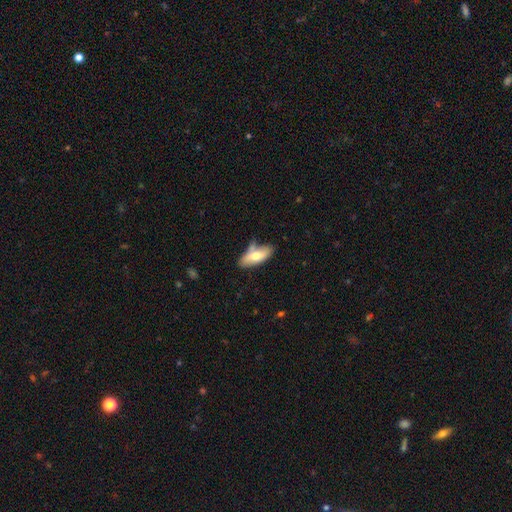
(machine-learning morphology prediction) Smooth or featured? smooth (67%)
How rounded? in between (79%)
Merging? none (57%)